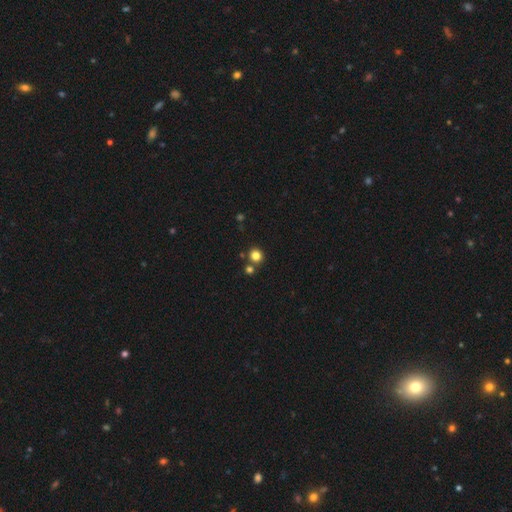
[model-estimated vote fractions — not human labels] Q: Smooth or featured?
A: smooth (81%); runner-up: star or artifact (14%)
Q: How rounded?
A: round (90%); runner-up: in between (9%)
Q: Merging?
A: none (75%); runner-up: merger (15%)